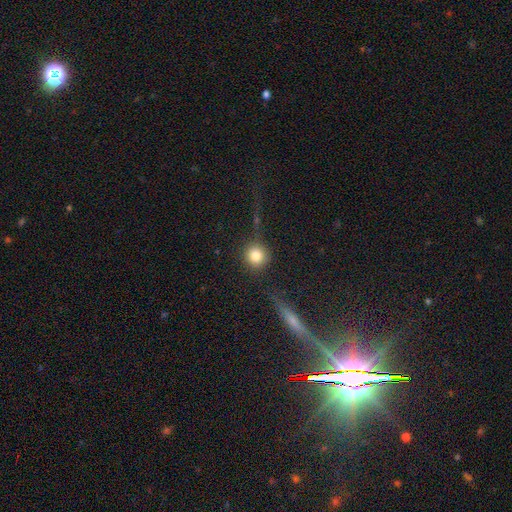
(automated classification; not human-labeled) Smooth or featured? Predicted: smooth (p=0.81). How rounded? Predicted: round (p=0.92). Merging? Predicted: none (p=0.78).